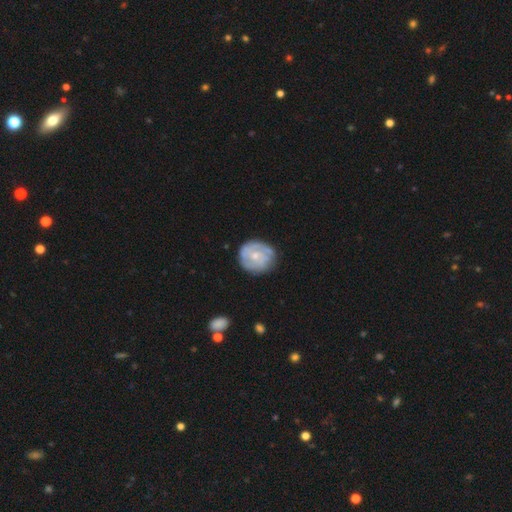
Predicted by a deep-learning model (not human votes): Q: Smooth or featured?
A: featured or disk (65%); runner-up: smooth (30%)
Q: Edge-on disk?
A: no (98%); runner-up: yes (2%)
Q: Bar?
A: no (79%); runner-up: weak (18%)
Q: Spiral arms?
A: yes (76%); runner-up: no (24%)
Q: Bulge size?
A: small (58%); runner-up: moderate (37%)
Q: Merging?
A: none (74%); runner-up: minor disturbance (19%)